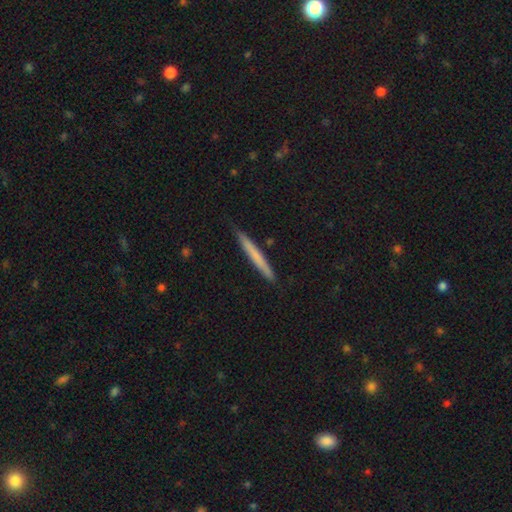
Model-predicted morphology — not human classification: The model was most divided on "smooth or featured": smooth: 63%, featured or disk: 32%, star or artifact: 5%. More confident: how rounded — cigar-shaped (97%); merging — none (88%).